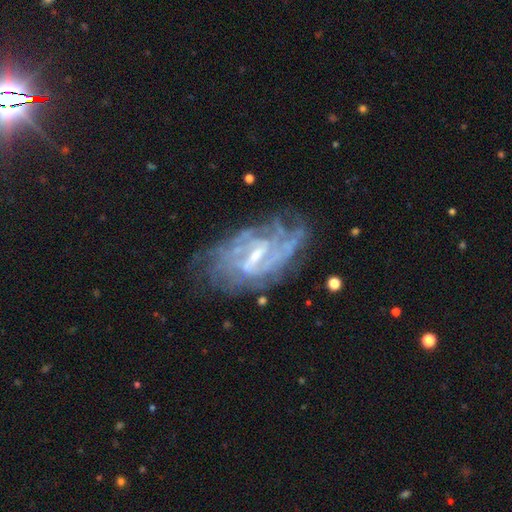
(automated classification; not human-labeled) Overall: featured or disk (84%). Edge-on disk: no (94%). Bar: weak (48%; strong 37%). Spiral arms: yes (88%). Spiral arm count: can't tell (50%; 2 15%). Spiral winding: tight (59%; medium 31%). Bulge size: small (54%; moderate 34%). Merging: none (62%).